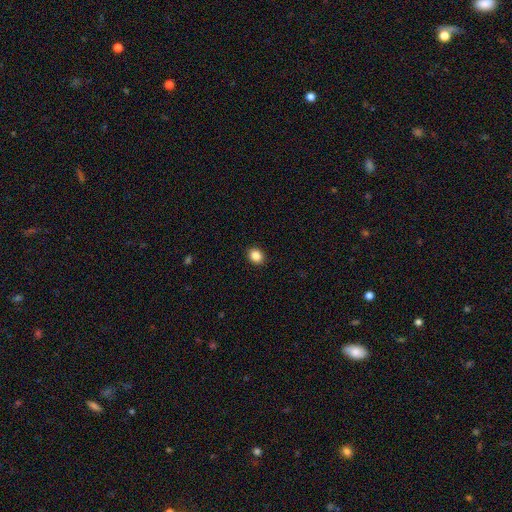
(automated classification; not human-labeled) Smooth or featured? smooth (87%)
How rounded? round (59%)
Merging? none (91%)